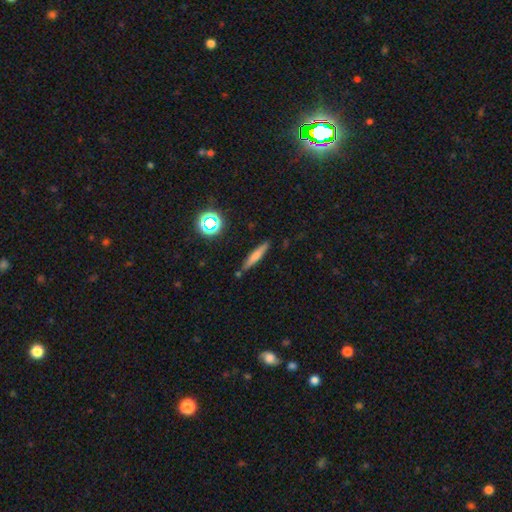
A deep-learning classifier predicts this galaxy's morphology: A smooth galaxy with no disk features (61%) that is cigar-shaped (89%). Merging: none (81%).